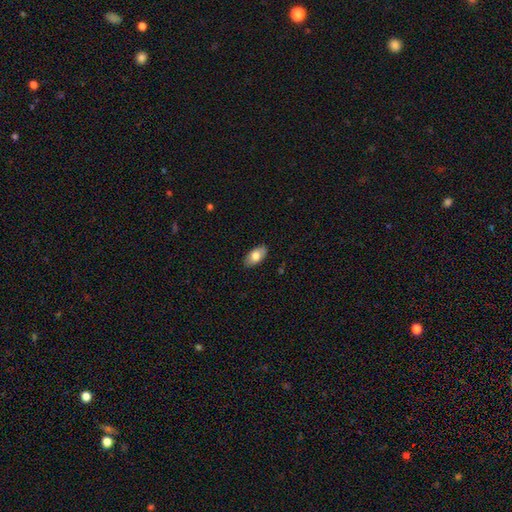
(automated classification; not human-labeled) Smooth or featured? Predicted: smooth (p=0.76). How rounded? Predicted: in between (p=0.94). Merging? Predicted: none (p=0.88).